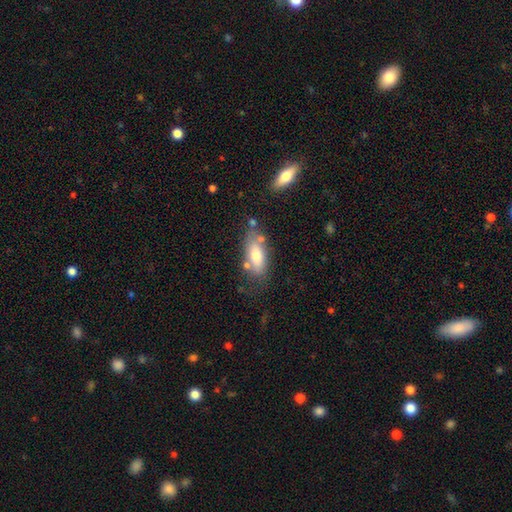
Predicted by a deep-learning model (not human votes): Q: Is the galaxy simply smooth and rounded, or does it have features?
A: smooth — 65%.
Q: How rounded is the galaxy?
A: in between — 81%.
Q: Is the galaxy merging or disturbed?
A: none — 61%.